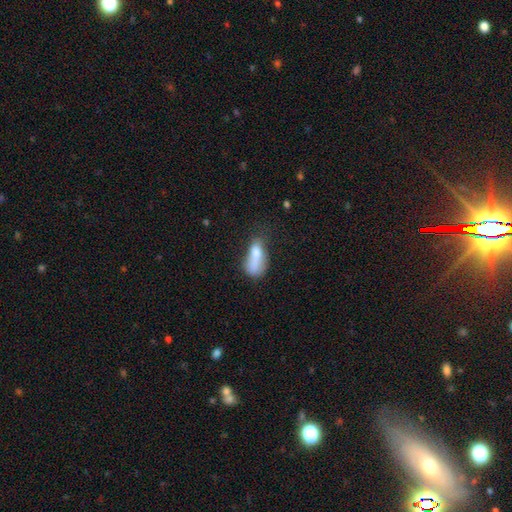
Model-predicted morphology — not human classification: A smooth galaxy with no disk features (71%) that is in between round and cigar-shaped (75%).

Vote fractions:
- Smooth or featured? smooth: 71% / featured or disk: 19% / star or artifact: 9%
- How rounded? in between: 75% / cigar-shaped: 19% / round: 5%
- Merging? none: 28% / major disturbance: 27% / minor disturbance: 27% / merger: 18%